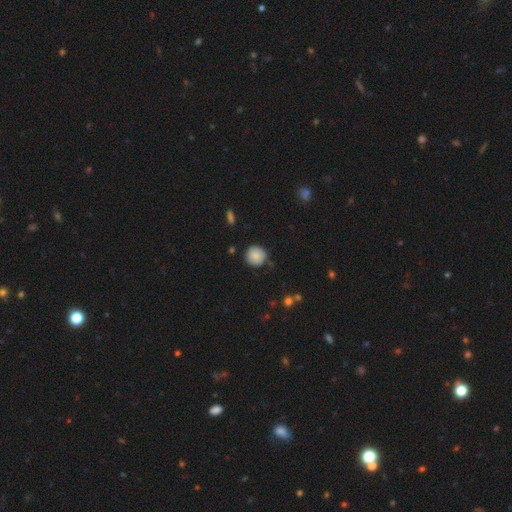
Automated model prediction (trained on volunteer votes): This appears to be a smooth galaxy with no disk features (86%) that is round (91%). Merging: none (79%).